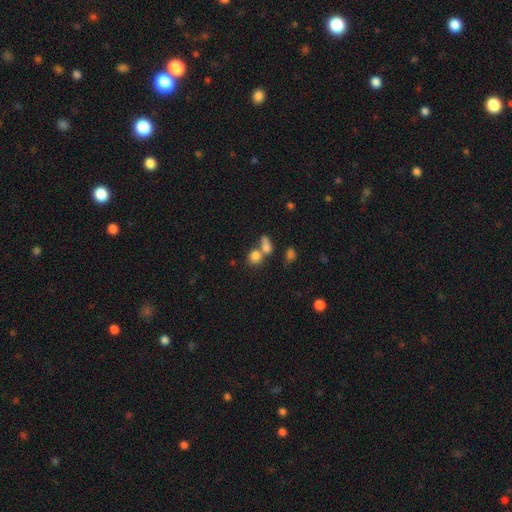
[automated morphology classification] This is likely a smooth galaxy (80%). How rounded: likely round (73%). Merging: marginally merger (44%).